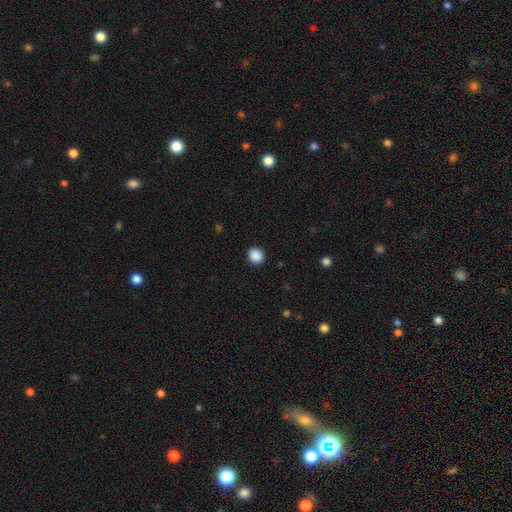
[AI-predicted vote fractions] The model was most divided on "how rounded": round: 83%, in between: 16%, cigar-shaped: 1%. More confident: merging — none (92%); smooth or featured — smooth (89%).